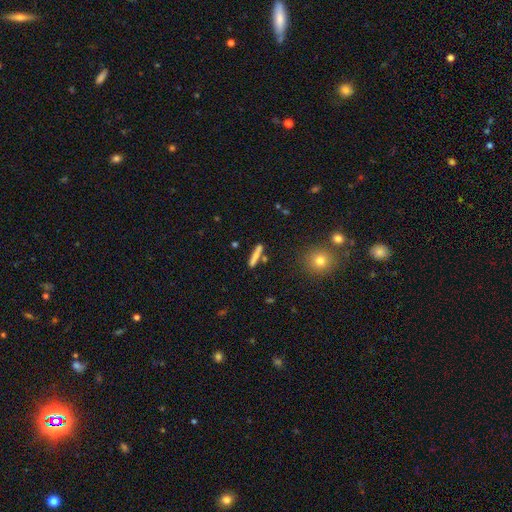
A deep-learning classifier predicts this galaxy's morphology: smooth-or-featured: smooth: 70% | featured or disk: 21% | star or artifact: 9%
  how-rounded: cigar-shaped: 90% | in between: 7% | round: 3%
  merging: none: 80% | minor disturbance: 10% | merger: 8% | major disturbance: 3%